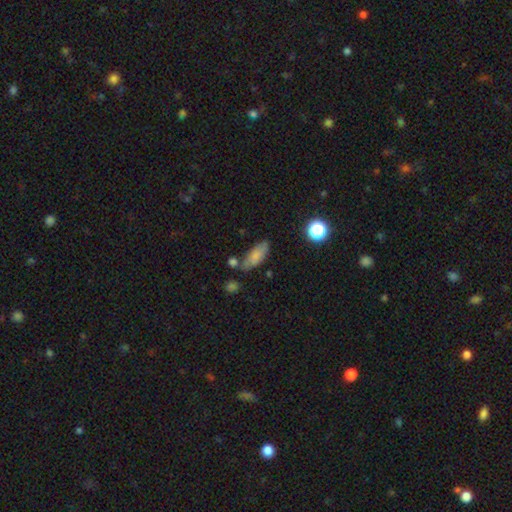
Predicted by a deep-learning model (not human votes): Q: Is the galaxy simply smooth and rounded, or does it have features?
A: smooth — 74%.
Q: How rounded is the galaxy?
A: in between — 75%.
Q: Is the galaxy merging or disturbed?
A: none — 63%.